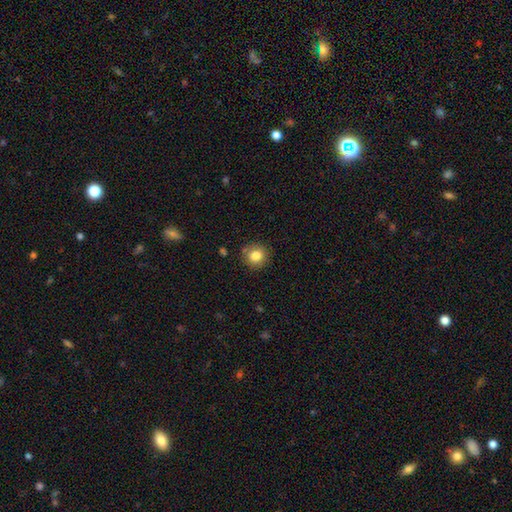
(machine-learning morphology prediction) The model was most divided on "smooth or featured": smooth: 83%, star or artifact: 10%, featured or disk: 7%. More confident: how rounded — round (90%); merging — none (86%).